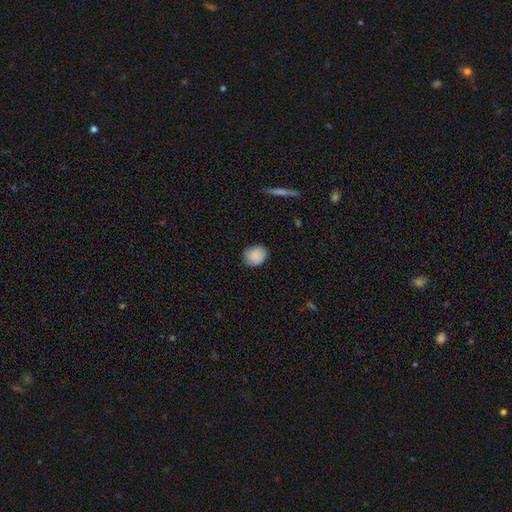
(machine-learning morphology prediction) type=smooth (88%); roundness=round (75%); merging=none (84%).